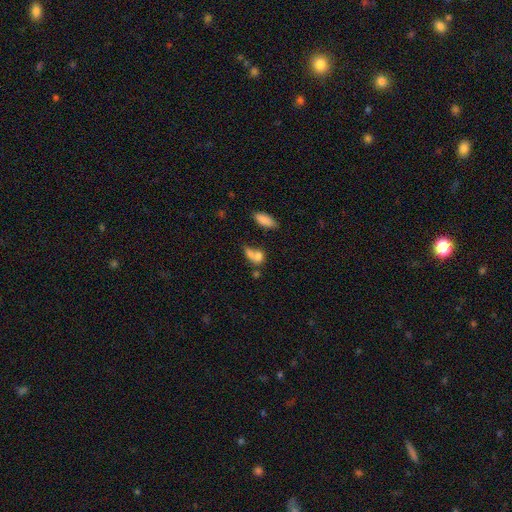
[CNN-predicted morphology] The model was most divided on "merging": merger: 55%, none: 26%, minor disturbance: 10%, major disturbance: 8%. More confident: smooth or featured — smooth (74%); how rounded — in between (65%).